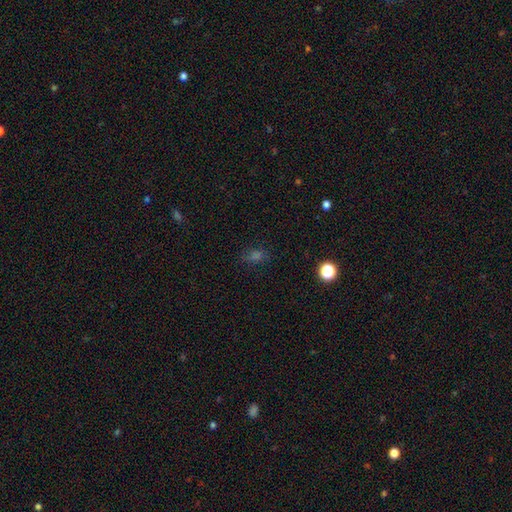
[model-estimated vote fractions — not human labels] smooth 58%, star or artifact 33%, featured or disk 9%. Down the decision tree: how rounded — in between (65%); merging — none (79%).